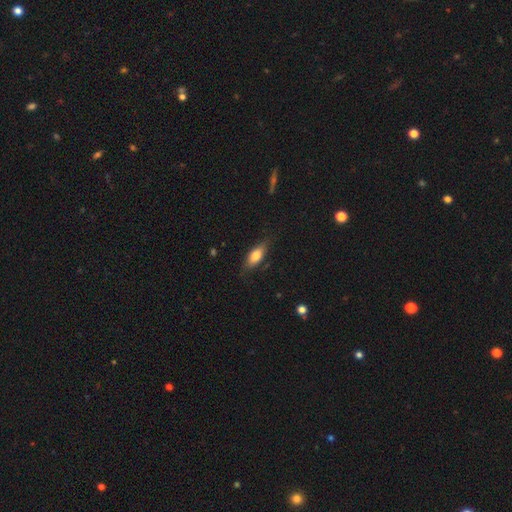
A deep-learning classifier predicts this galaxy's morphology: Overall: smooth (70%). How rounded: in between (73%). Merging: none (77%).